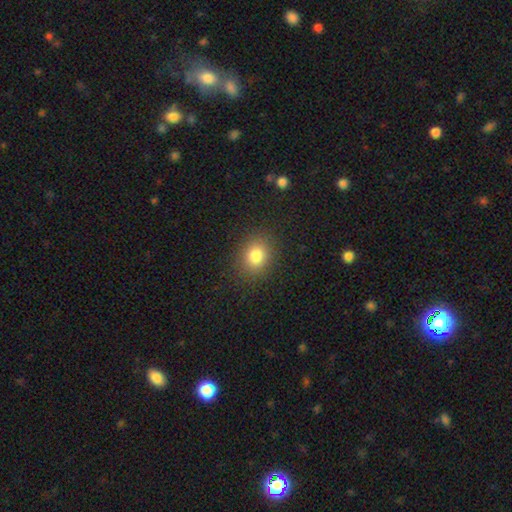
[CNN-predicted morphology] smooth-or-featured: smooth: 82% | star or artifact: 12% | featured or disk: 7%
  how-rounded: round: 55% | in between: 44% | cigar-shaped: 1%
  merging: none: 87% | minor disturbance: 9% | major disturbance: 3% | merger: 1%